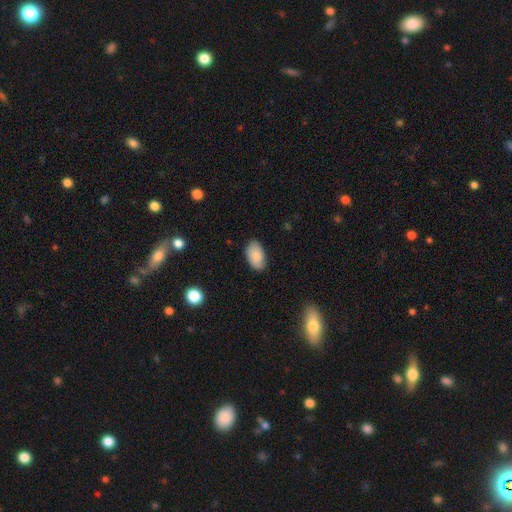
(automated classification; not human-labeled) Morphology: type=smooth (86%); roundness=in between (93%); merging=none (80%).